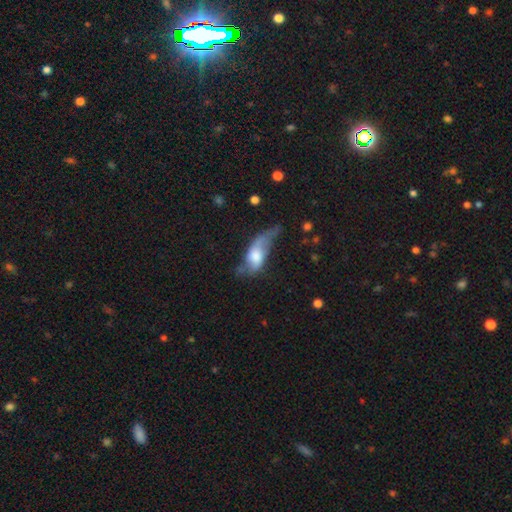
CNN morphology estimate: Smooth or featured? Predicted: featured or disk (p=0.48). Merging? Predicted: major disturbance (p=0.35).